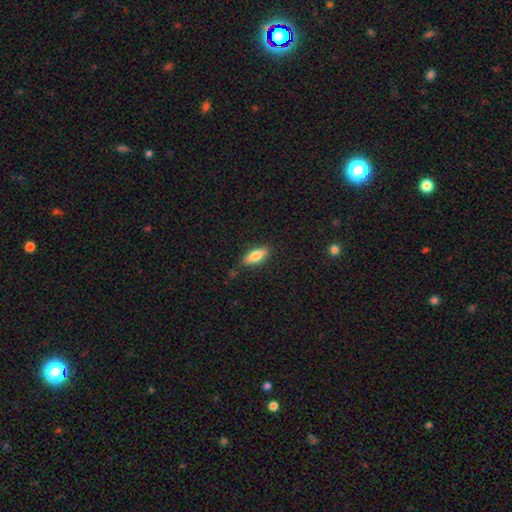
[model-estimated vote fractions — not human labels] smooth 78%, featured or disk 15%, star or artifact 7%. Down the decision tree: how rounded — in between (75%); merging — none (83%).